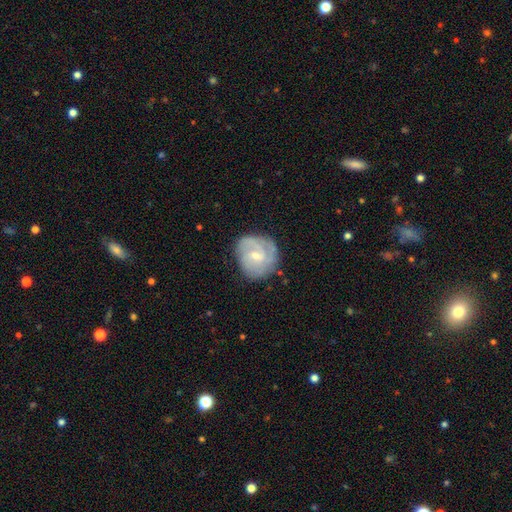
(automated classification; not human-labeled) Q: Smooth or featured?
A: featured or disk (70%); runner-up: smooth (24%)
Q: Edge-on disk?
A: no (98%); runner-up: yes (2%)
Q: Bar?
A: no (52%); runner-up: weak (42%)
Q: Spiral arms?
A: yes (90%); runner-up: no (10%)
Q: Spiral winding?
A: tight (56%); runner-up: medium (34%)
Q: Spiral arm count?
A: can't tell (31%); tied with: 2 (31%)
Q: Bulge size?
A: small (61%); runner-up: moderate (35%)
Q: Merging?
A: none (75%); runner-up: minor disturbance (17%)